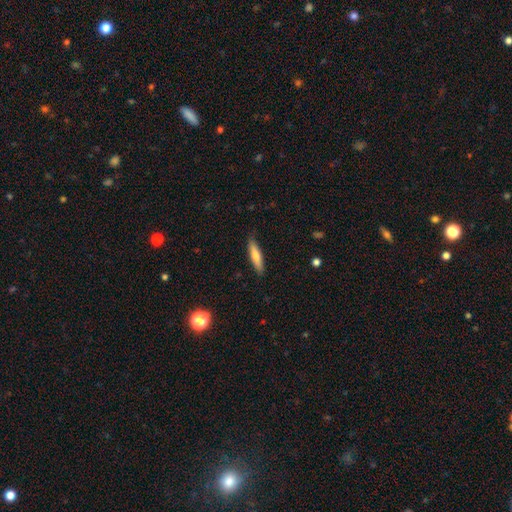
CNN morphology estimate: Smooth or featured: smooth — 72% (featured or disk — 22%)
How rounded: cigar-shaped — 80% (in between — 18%)
Merging: none — 86% (minor disturbance — 11%)